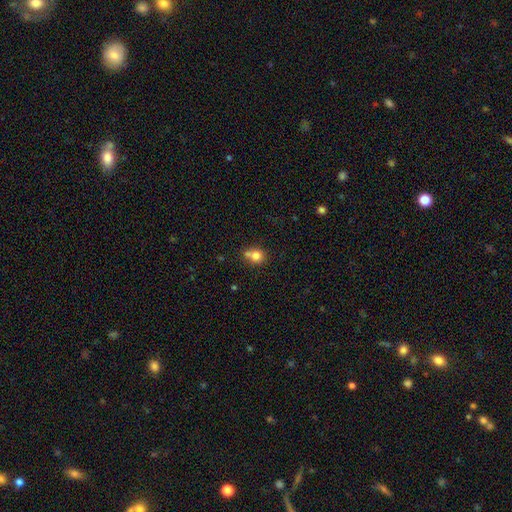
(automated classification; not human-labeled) Smooth or featured: smooth — 78% (star or artifact — 11%)
How rounded: round — 79% (in between — 20%)
Merging: none — 48% (merger — 37%)